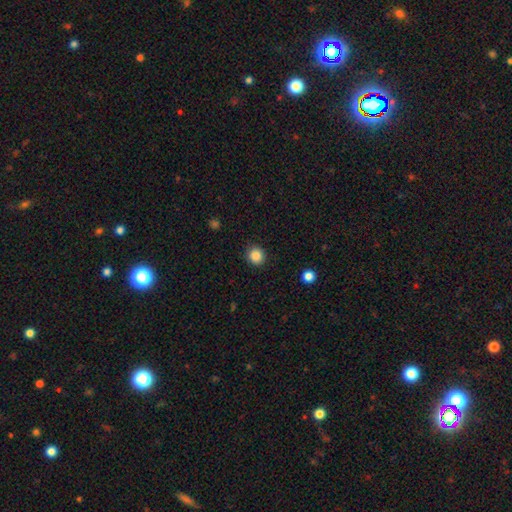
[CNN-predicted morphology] This appears to be a smooth galaxy with no disk features (86%) that is round (88%). Merging: none (90%).